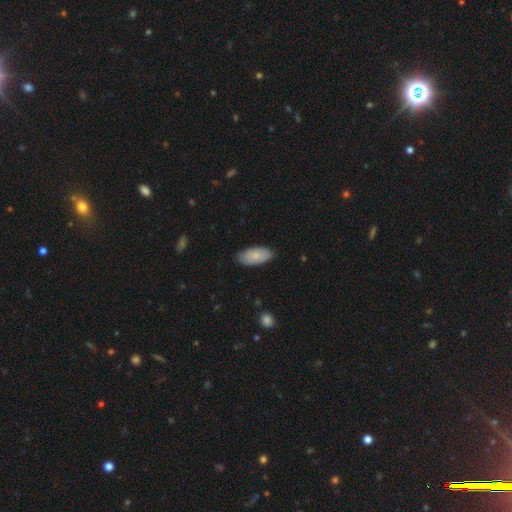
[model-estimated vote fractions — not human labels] This is likely a smooth galaxy (79%). How rounded: clearly in between (94%). Merging: clearly none (80%).